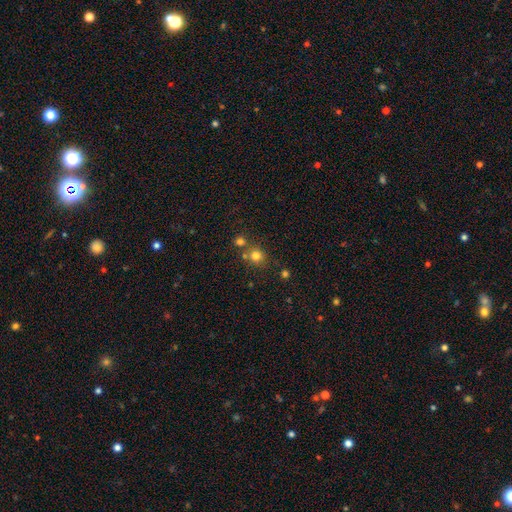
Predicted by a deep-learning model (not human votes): Q: Smooth or featured?
A: smooth (76%); runner-up: star or artifact (16%)
Q: How rounded?
A: round (87%); runner-up: in between (12%)
Q: Merging?
A: none (66%); runner-up: merger (22%)